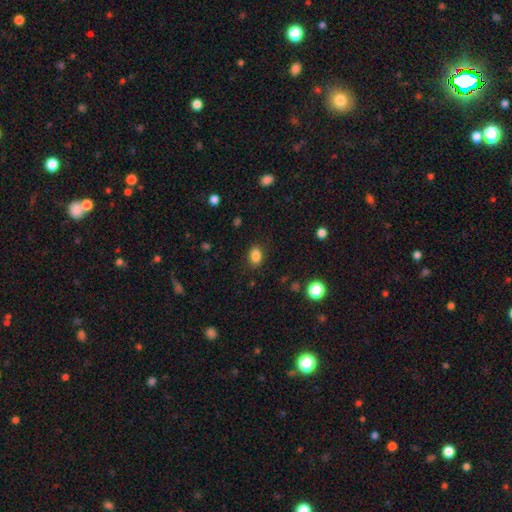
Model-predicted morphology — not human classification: smooth-or-featured: smooth: 85% | star or artifact: 11% | featured or disk: 4%
  how-rounded: in between: 76% | round: 23% | cigar-shaped: 1%
  merging: none: 85% | minor disturbance: 11% | major disturbance: 3% | merger: 1%